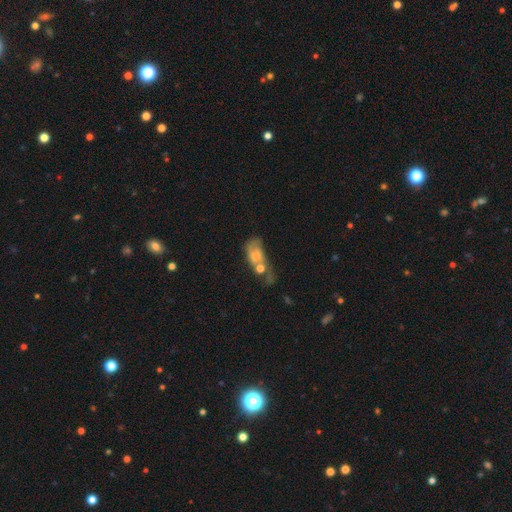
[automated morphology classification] Smooth or featured?
  - smooth: 54% *
  - featured or disk: 33%
  - star or artifact: 13%
How rounded?
  - in between: 82% *
  - round: 12%
  - cigar-shaped: 6%
Merging?
  - merger: 38% *
  - major disturbance: 30%
  - none: 18%
  - minor disturbance: 15%